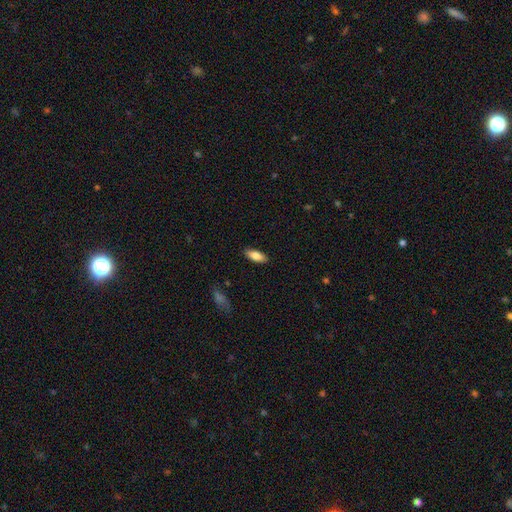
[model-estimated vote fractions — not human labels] smooth-or-featured: smooth: 81% | featured or disk: 13% | star or artifact: 6%
  how-rounded: in between: 79% | cigar-shaped: 19% | round: 2%
  merging: none: 89% | minor disturbance: 8% | major disturbance: 2% | merger: 1%